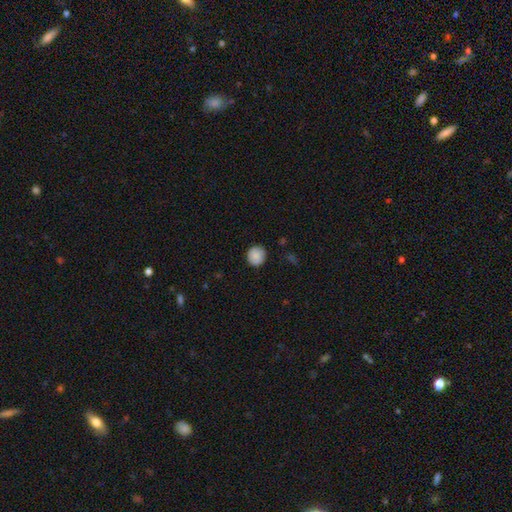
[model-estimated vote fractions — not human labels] A smooth galaxy with no disk features (87%) that is round (88%). Merging: none (86%).